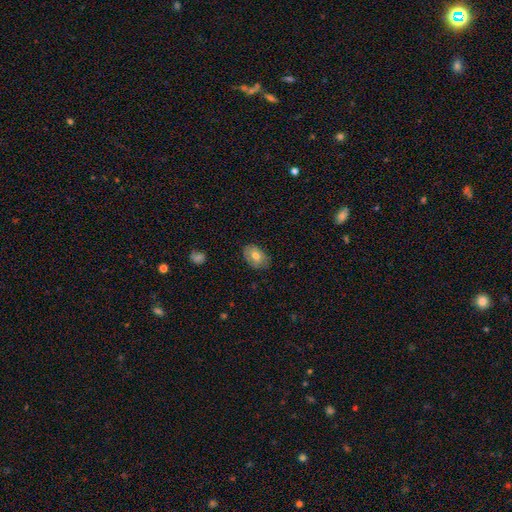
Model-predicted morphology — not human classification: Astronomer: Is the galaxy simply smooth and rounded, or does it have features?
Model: smooth — 67%.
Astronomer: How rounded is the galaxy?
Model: in between — 85%.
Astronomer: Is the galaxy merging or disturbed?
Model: none — 81%.